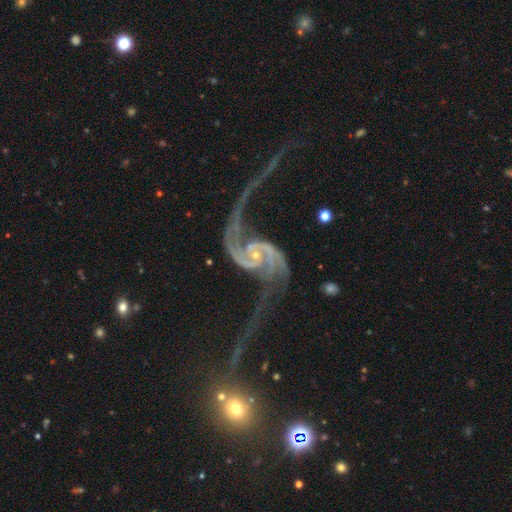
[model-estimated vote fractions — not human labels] smooth-or-featured: featured or disk: 92% | star or artifact: 5% | smooth: 3%
  disk-edge-on: no: 97% | yes: 3%
    bar: no: 53% | weak: 32% | strong: 14%
    has-spiral-arms: yes: 97% | no: 3%
      spiral-winding: loose: 72% | medium: 20% | tight: 8%
      spiral-arm-count: 2: 90% | can't tell: 2% | 1: 2% | 3: 2% | 4: 2% | more than 4: 2%
    bulge-size: small: 75% | moderate: 18% | none: 4% | large: 2% | dominant: 1%
  merging: major disturbance: 40% | none: 33% | minor disturbance: 15% | merger: 13%